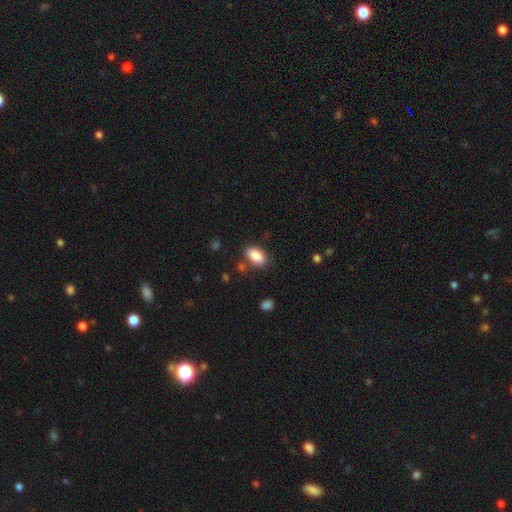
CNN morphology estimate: Smooth or featured? Predicted: smooth (p=0.87). How rounded? Predicted: in between (p=0.91). Merging? Predicted: none (p=0.80).